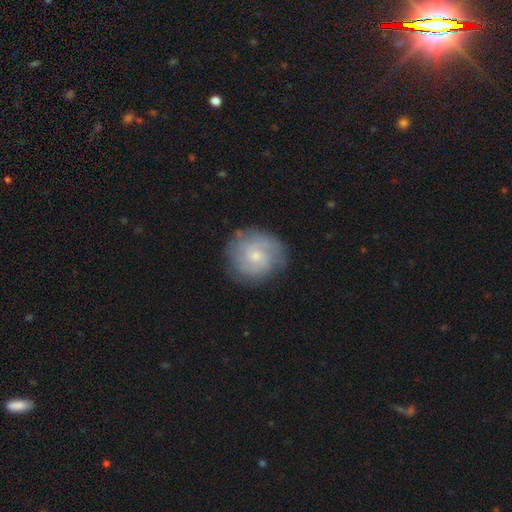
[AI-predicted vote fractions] A featured or disk galaxy (68%) with no bar (68%), 2 (39%) tight (58%) spiral arms (91%) and a small central bulge (68%). Merging: none (81%).